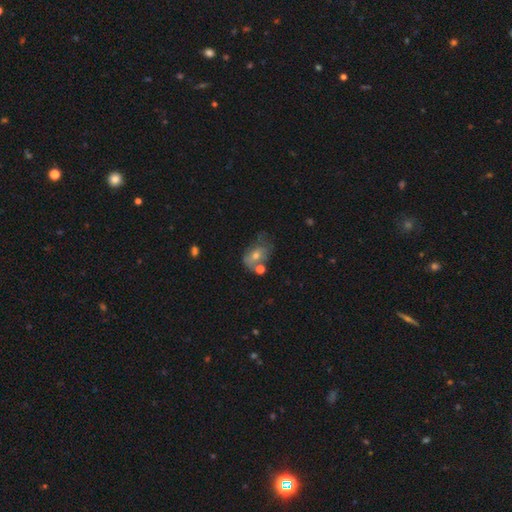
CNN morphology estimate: This is marginally a smooth galaxy (45%). Merging: marginally none (39%).